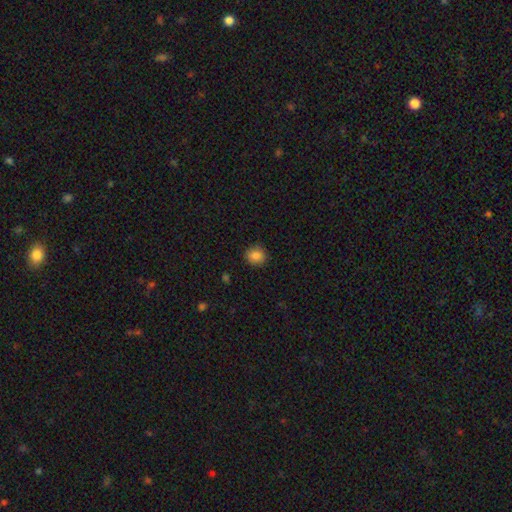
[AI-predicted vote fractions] Smooth or featured: smooth — 86% (star or artifact — 10%)
How rounded: round — 79% (in between — 20%)
Merging: none — 87% (minor disturbance — 9%)